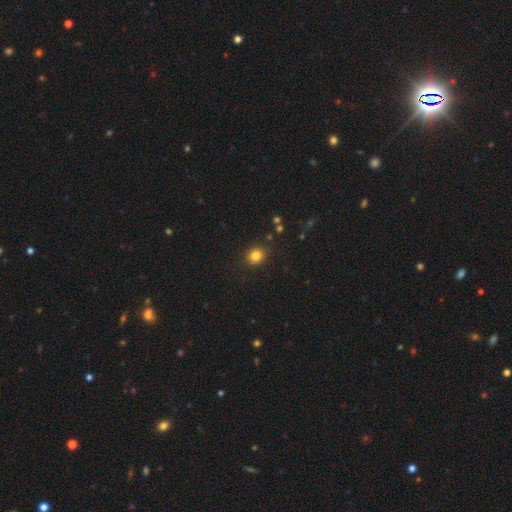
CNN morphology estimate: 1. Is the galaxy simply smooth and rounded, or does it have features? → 82% smooth, 12% star or artifact, 5% featured or disk.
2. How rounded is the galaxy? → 78% round, 21% in between, 1% cigar-shaped.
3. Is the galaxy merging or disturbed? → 88% none, 8% minor disturbance, 2% major disturbance, 2% merger.